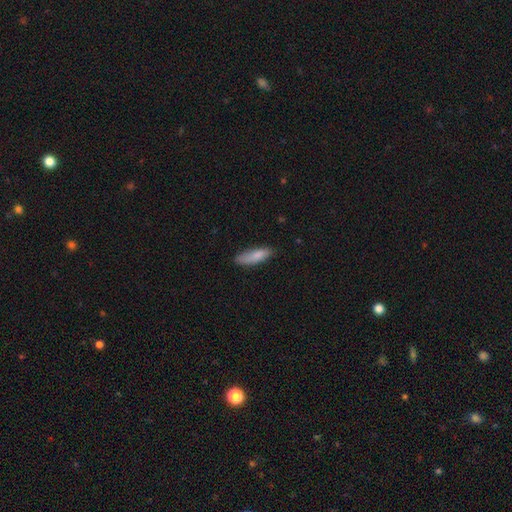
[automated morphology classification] Q: Smooth or featured?
A: smooth (84%); runner-up: featured or disk (10%)
Q: How rounded?
A: in between (53%); runner-up: cigar-shaped (45%)
Q: Merging?
A: none (71%); runner-up: minor disturbance (23%)